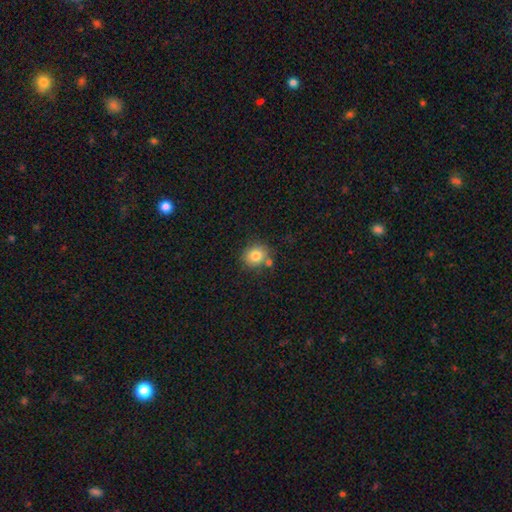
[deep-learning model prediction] Smooth or featured?
  - smooth: 81% *
  - star or artifact: 10%
  - featured or disk: 8%
How rounded?
  - round: 80% *
  - in between: 19%
  - cigar-shaped: 1%
Merging?
  - none: 71% *
  - merger: 13%
  - minor disturbance: 12%
  - major disturbance: 3%